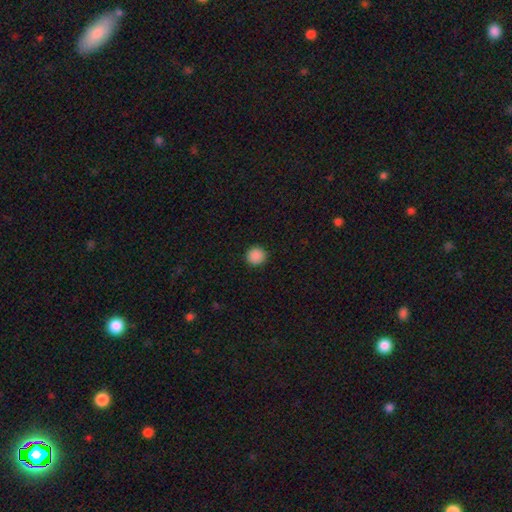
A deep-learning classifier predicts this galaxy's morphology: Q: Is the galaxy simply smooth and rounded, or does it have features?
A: smooth — 89%.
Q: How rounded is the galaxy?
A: round — 94%.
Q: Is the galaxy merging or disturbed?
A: none — 92%.